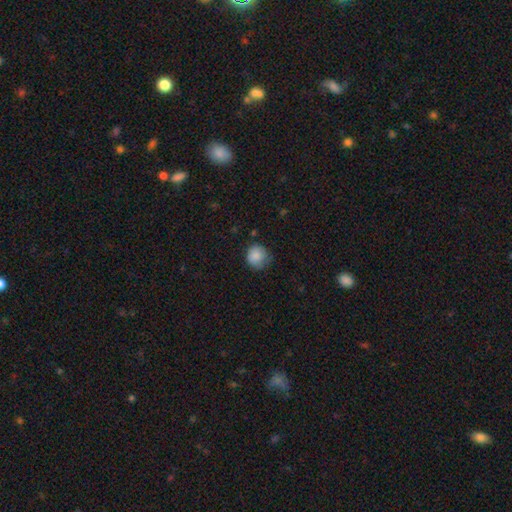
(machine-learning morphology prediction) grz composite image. It shows a smooth galaxy with no disk features (85%) that is round (89%). Merging: none (65%).